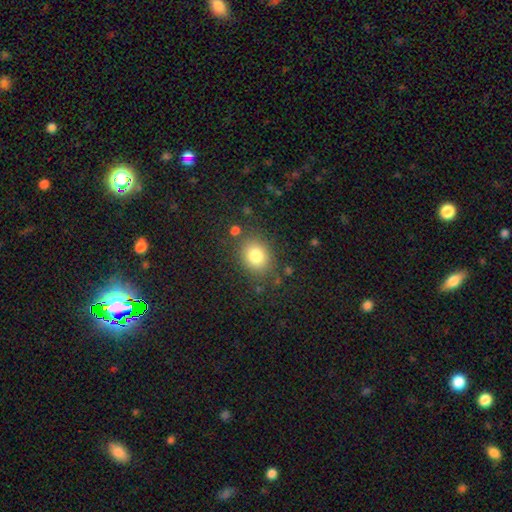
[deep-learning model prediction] smooth_or_featured: smooth (p=0.81) [alt: star or artifact p=0.11]
how_rounded: round (p=0.63) [alt: in between p=0.36]
merging: none (p=0.82) [alt: minor disturbance p=0.11]